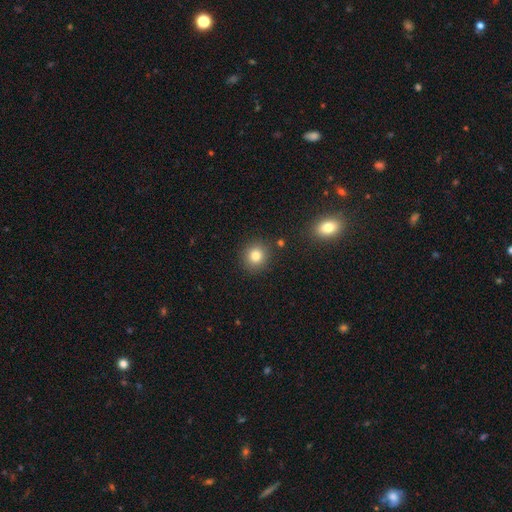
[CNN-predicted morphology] A smooth galaxy with no disk features (81%) that is round (90%).

Vote fractions:
- Smooth or featured? smooth: 81% / star or artifact: 12% / featured or disk: 7%
- How rounded? round: 90% / in between: 10% / cigar-shaped: 1%
- Merging? none: 88% / minor disturbance: 7% / merger: 3% / major disturbance: 2%